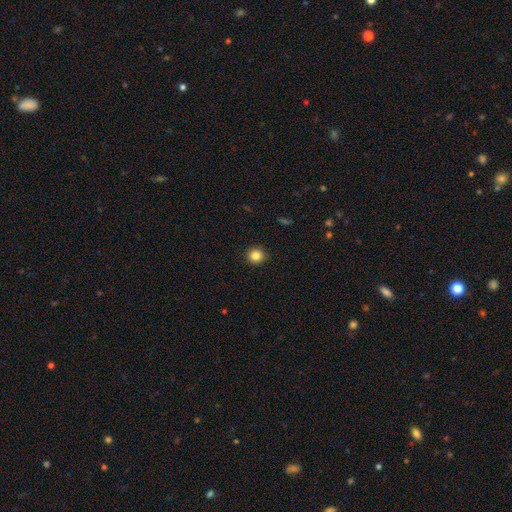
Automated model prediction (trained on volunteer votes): Morphology: type=smooth (84%); roundness=round (90%); merging=none (92%).